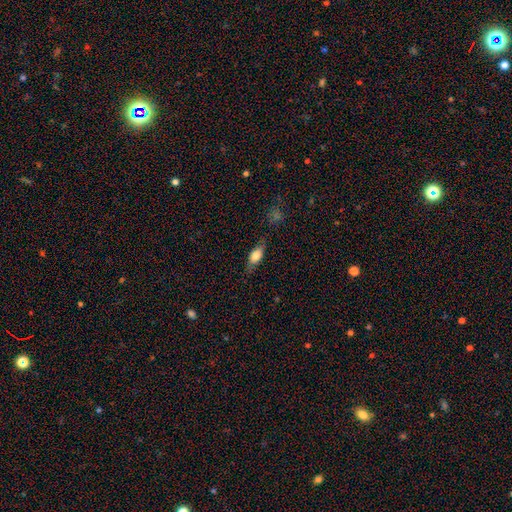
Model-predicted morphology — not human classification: The model was most divided on "smooth or featured": smooth: 69%, featured or disk: 23%, star or artifact: 7%. More confident: how rounded — in between (75%); merging — none (74%).